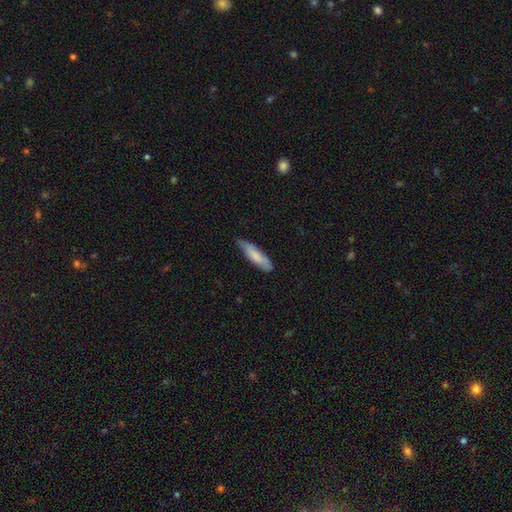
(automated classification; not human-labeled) Smooth or featured: smooth — 77% (featured or disk — 18%)
How rounded: cigar-shaped — 66% (in between — 33%)
Merging: none — 72% (minor disturbance — 24%)